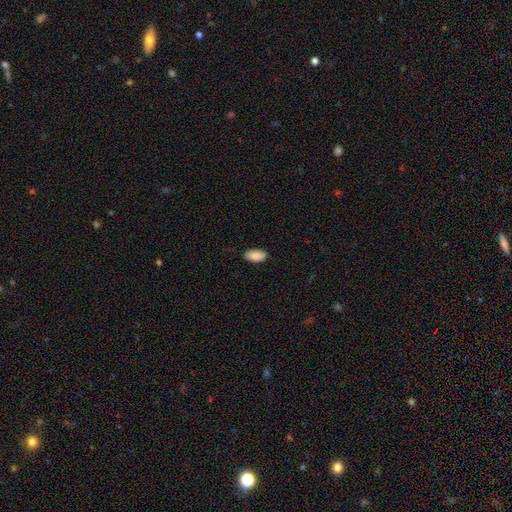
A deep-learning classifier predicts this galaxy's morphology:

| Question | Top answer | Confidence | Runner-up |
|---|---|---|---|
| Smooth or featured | smooth | 87% | featured or disk (7%) |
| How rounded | in between | 94% | cigar-shaped (3%) |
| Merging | none | 82% | minor disturbance (15%) |